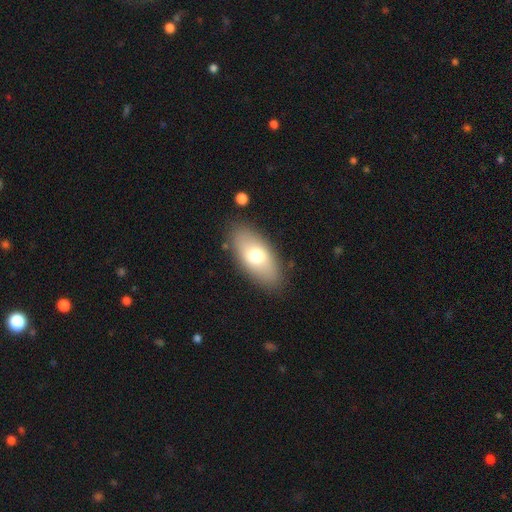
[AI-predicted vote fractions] Smooth or featured? Predicted: smooth (p=0.68). How rounded? Predicted: in between (p=0.91). Merging? Predicted: none (p=0.85).